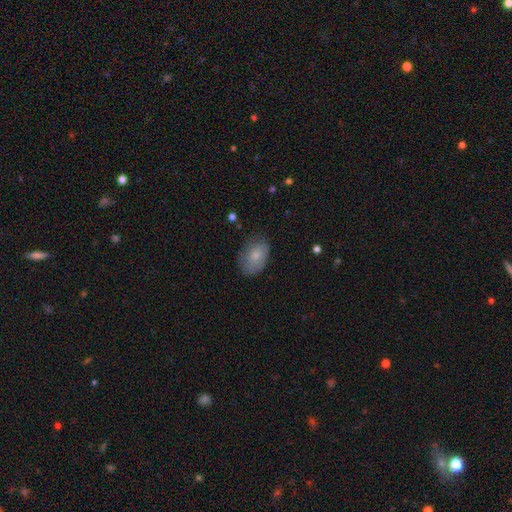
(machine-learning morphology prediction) A smooth galaxy with no disk features (75%) that is in between round and cigar-shaped (85%). Merging: none (69%).